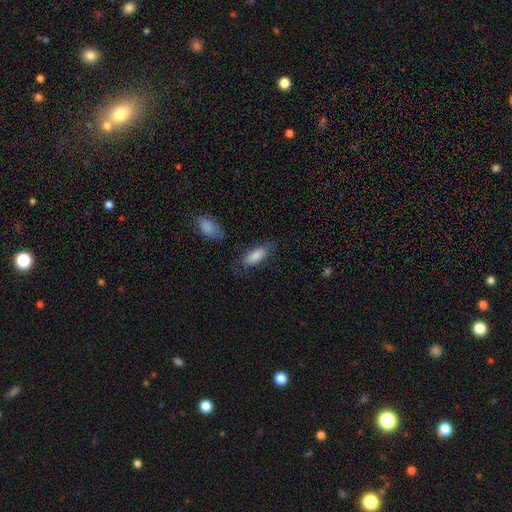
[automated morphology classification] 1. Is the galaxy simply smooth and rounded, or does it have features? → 84% smooth, 10% featured or disk, 6% star or artifact.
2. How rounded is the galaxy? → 84% in between, 14% cigar-shaped, 2% round.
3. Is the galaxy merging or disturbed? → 72% none, 18% minor disturbance, 6% major disturbance, 3% merger.